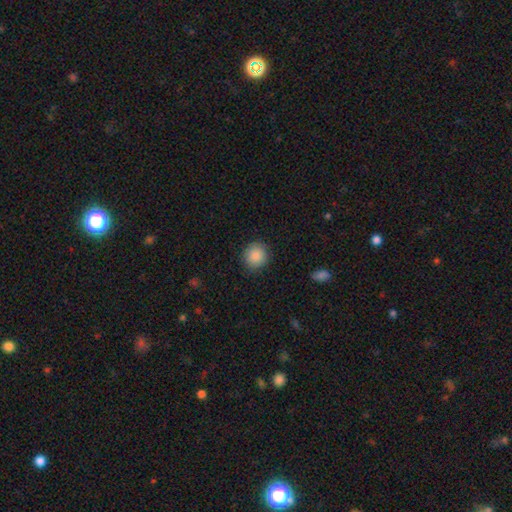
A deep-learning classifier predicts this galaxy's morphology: A smooth galaxy with no disk features (87%) that is round (87%). Merging: none (89%).